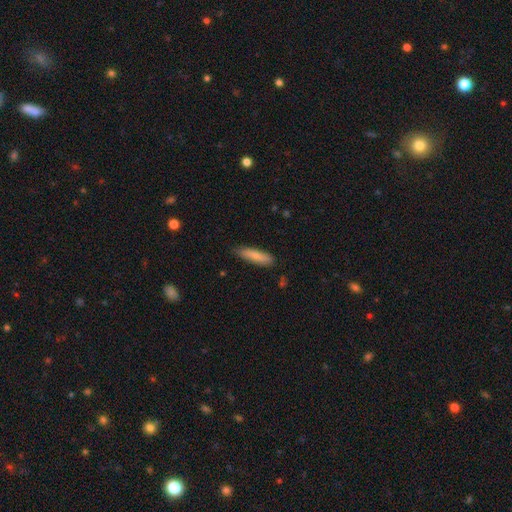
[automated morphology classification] A smooth galaxy with no disk features (81%) that is cigar-shaped (67%).

Vote fractions:
- Smooth or featured? smooth: 81% / featured or disk: 14% / star or artifact: 6%
- How rounded? cigar-shaped: 67% / in between: 32% / round: 1%
- Merging? none: 80% / minor disturbance: 16% / major disturbance: 2% / merger: 1%